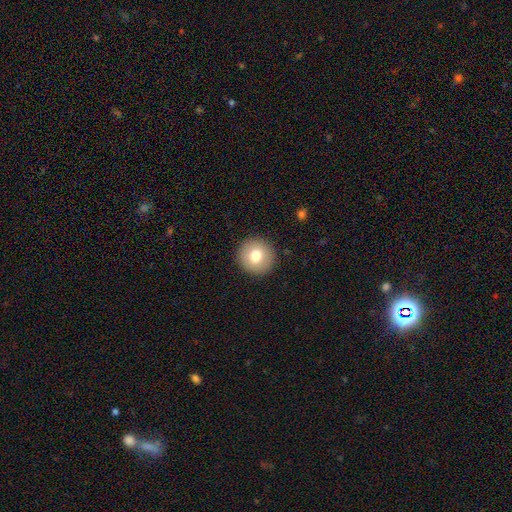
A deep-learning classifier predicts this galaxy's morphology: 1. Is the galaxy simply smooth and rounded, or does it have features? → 75% smooth, 16% featured or disk, 9% star or artifact.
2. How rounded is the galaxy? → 94% round, 5% in between, 1% cigar-shaped.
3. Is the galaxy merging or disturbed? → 92% none, 5% minor disturbance, 2% major disturbance, 1% merger.